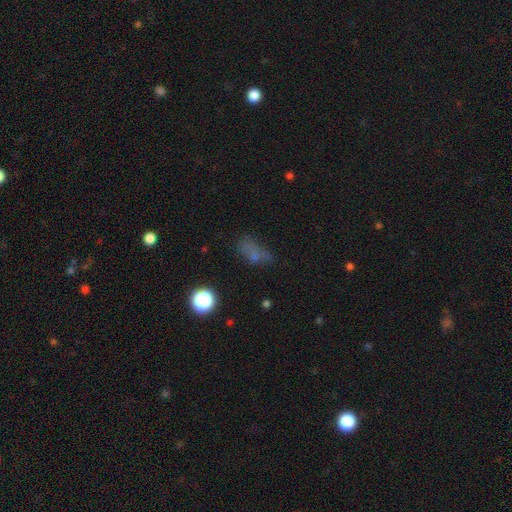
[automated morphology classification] A smooth galaxy with no disk features (55%) that is in between round and cigar-shaped (72%).

Vote fractions:
- Smooth or featured? smooth: 55% / star or artifact: 29% / featured or disk: 16%
- How rounded? in between: 72% / round: 18% / cigar-shaped: 10%
- Merging? none: 53% / minor disturbance: 24% / major disturbance: 18% / merger: 6%